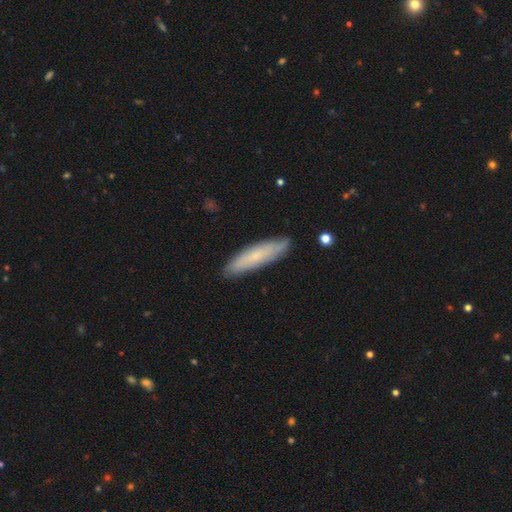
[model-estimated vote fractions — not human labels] The model was most divided on "smooth or featured": smooth: 66%, featured or disk: 27%, star or artifact: 7%. More confident: merging — none (87%); how rounded — cigar-shaped (78%).